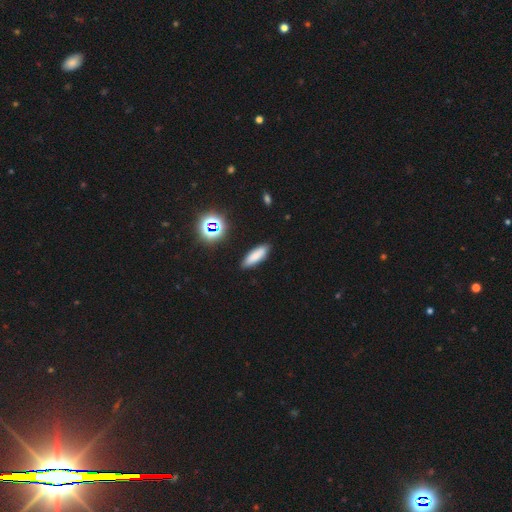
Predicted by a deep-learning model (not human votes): The model was most divided on "how rounded": in between: 49%, cigar-shaped: 48%, round: 3%. More confident: merging — none (88%); smooth or featured — smooth (80%).